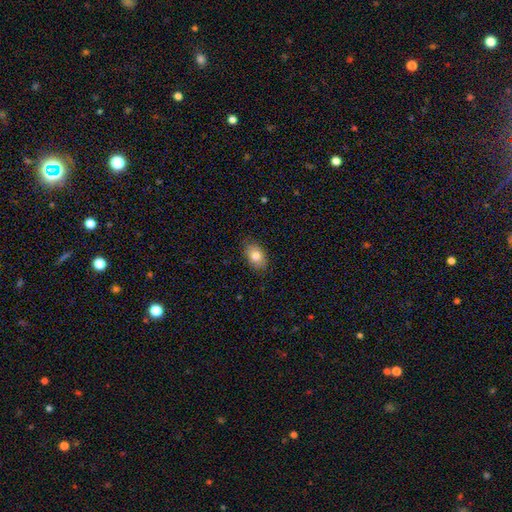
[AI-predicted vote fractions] Smooth or featured? smooth (81%)
How rounded? in between (86%)
Merging? none (82%)